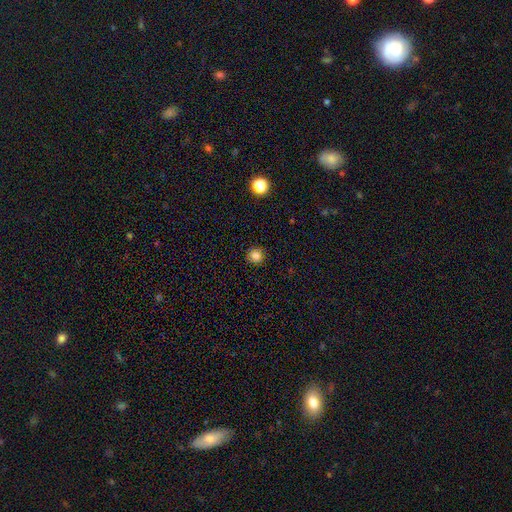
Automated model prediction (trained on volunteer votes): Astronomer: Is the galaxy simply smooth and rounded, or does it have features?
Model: smooth — 82%.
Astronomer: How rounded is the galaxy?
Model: round — 91%.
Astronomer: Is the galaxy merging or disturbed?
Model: none — 90%.